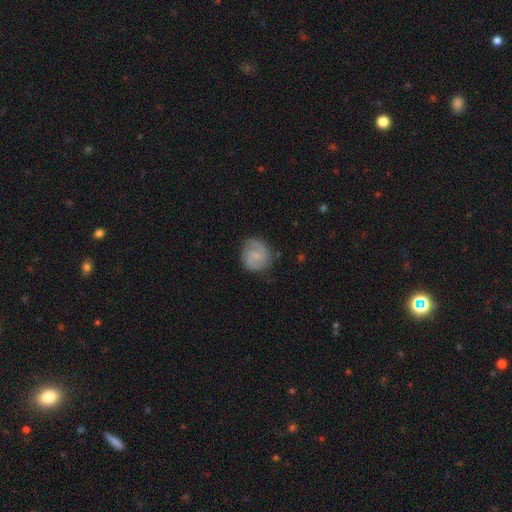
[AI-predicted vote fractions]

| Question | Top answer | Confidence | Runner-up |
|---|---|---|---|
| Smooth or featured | featured or disk | 62% | smooth (31%) |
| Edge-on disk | no | 98% | yes (2%) |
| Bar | no | 47% | weak (45%) |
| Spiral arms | yes | 92% | no (8%) |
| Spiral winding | medium | 48% | tight (33%) |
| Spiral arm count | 2 | 83% | can't tell (8%) |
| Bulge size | small | 51% | none (28%) |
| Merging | none | 79% | minor disturbance (15%) |